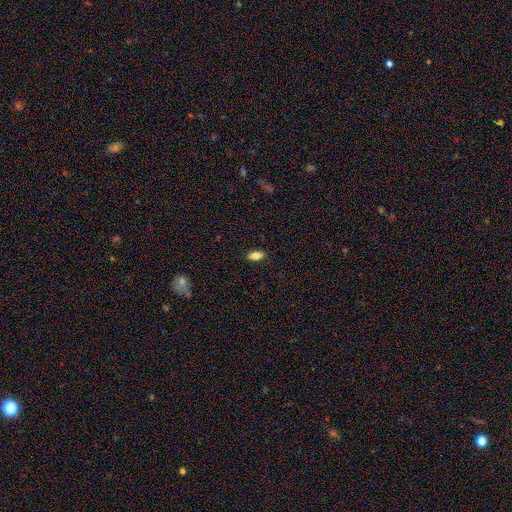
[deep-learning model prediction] Smooth or featured? smooth (80%)
How rounded? in between (84%)
Merging? none (87%)